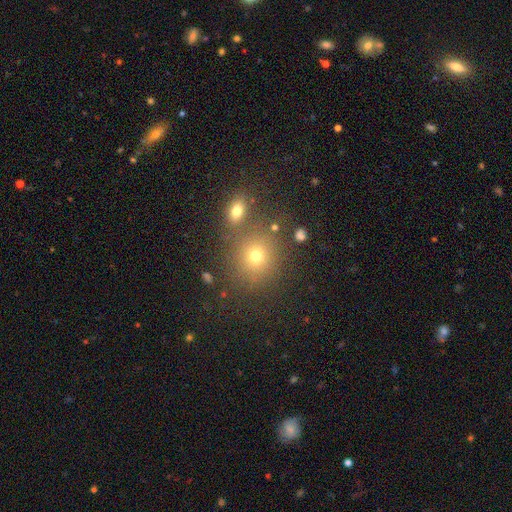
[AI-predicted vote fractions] smooth_or_featured: smooth (p=0.69) [alt: star or artifact p=0.20]
how_rounded: round (p=0.82) [alt: in between p=0.17]
merging: none (p=0.73) [alt: merger p=0.14]